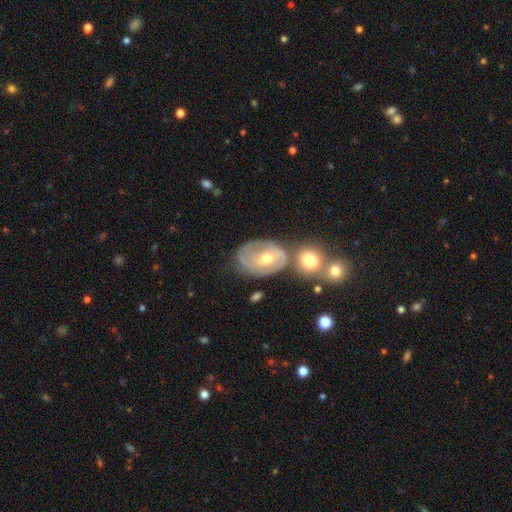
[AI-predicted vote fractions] smooth_or_featured: featured or disk (p=0.71) [alt: smooth p=0.18]
disk_edge_on: no (p=0.94) [alt: yes p=0.06]
bar: no (p=0.63) [alt: weak p=0.27]
has_spiral_arms: yes (p=0.78) [alt: no p=0.22]
spiral_winding: tight (p=0.74) [alt: medium p=0.20]
spiral_arm_count: can't tell (p=0.40) [tied with: 2 p=0.40]
bulge_size: moderate (p=0.57) [alt: small p=0.38]
merging: none (p=0.60) [alt: merger p=0.22]